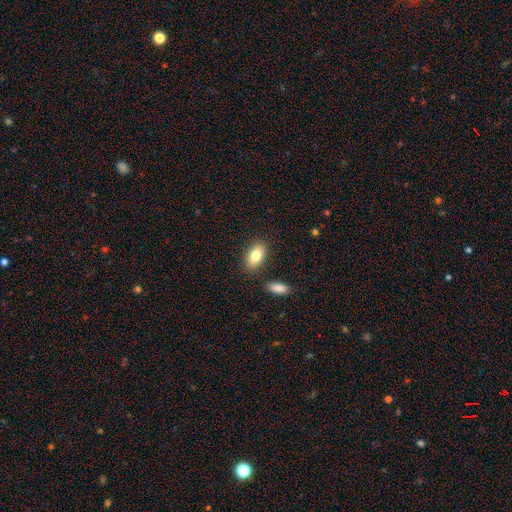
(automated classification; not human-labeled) Smooth or featured?
  - smooth: 81% *
  - featured or disk: 11%
  - star or artifact: 7%
How rounded?
  - in between: 91% *
  - round: 5%
  - cigar-shaped: 4%
Merging?
  - none: 81% *
  - minor disturbance: 10%
  - merger: 6%
  - major disturbance: 3%